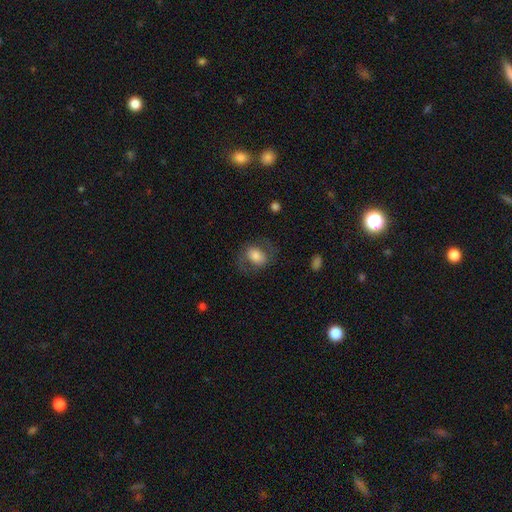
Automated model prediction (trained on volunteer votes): Q: Smooth or featured?
A: smooth (62%); runner-up: featured or disk (30%)
Q: How rounded?
A: in between (68%); runner-up: round (30%)
Q: Merging?
A: none (65%); runner-up: minor disturbance (17%)